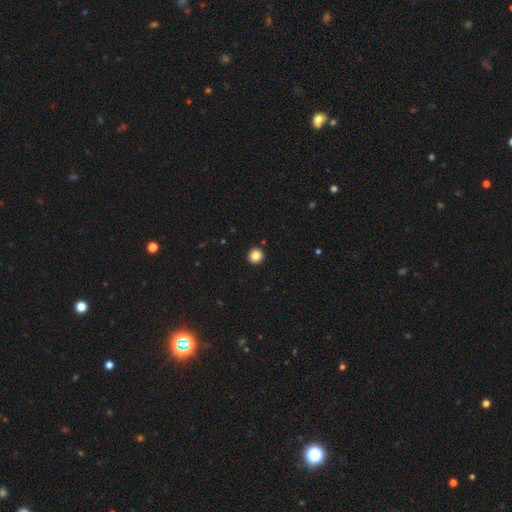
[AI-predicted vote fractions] Smooth or featured? smooth (85%)
How rounded? round (95%)
Merging? none (93%)